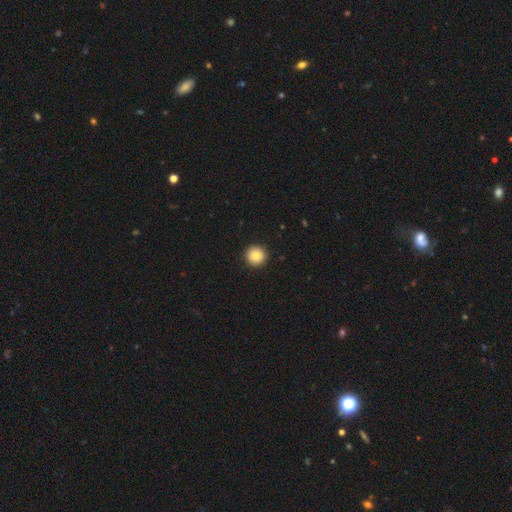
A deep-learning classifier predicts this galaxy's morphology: Smooth or featured: smooth — 86% (star or artifact — 9%)
How rounded: round — 95% (in between — 4%)
Merging: none — 93% (minor disturbance — 5%)